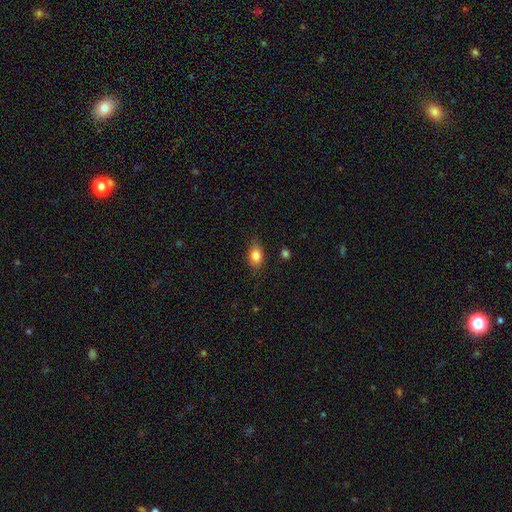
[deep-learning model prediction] A smooth galaxy with no disk features (83%) that is in between round and cigar-shaped (79%).

Vote fractions:
- Smooth or featured? smooth: 83% / star or artifact: 9% / featured or disk: 8%
- How rounded? in between: 79% / round: 17% / cigar-shaped: 3%
- Merging? none: 80% / minor disturbance: 16% / major disturbance: 3% / merger: 2%